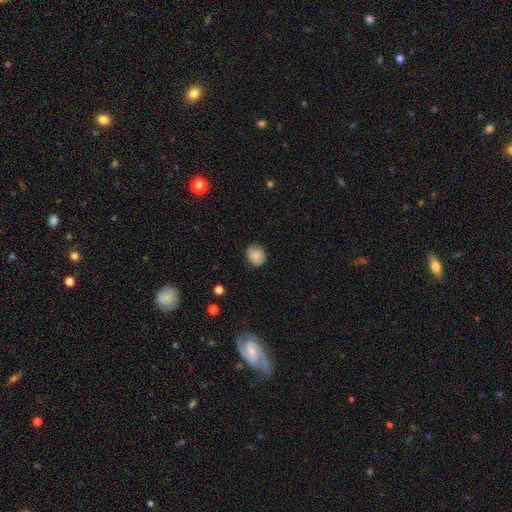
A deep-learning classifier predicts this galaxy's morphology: Smooth or featured? smooth (86%)
How rounded? round (67%)
Merging? none (81%)